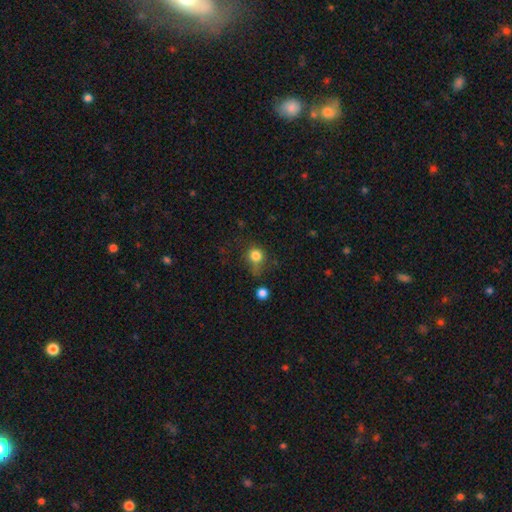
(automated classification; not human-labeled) Smooth or featured? Predicted: smooth (p=0.80). How rounded? Predicted: round (p=0.83). Merging? Predicted: none (p=0.54).